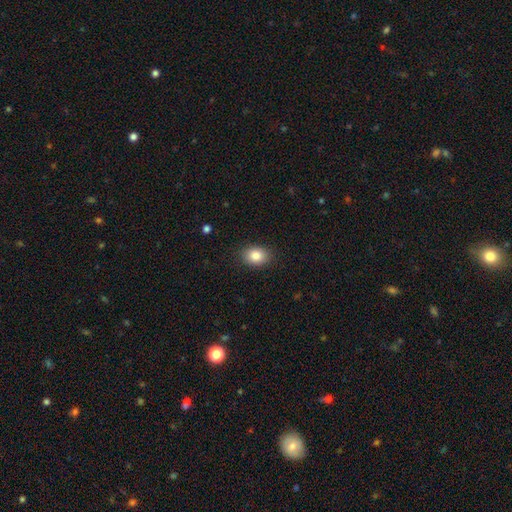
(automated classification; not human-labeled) smooth 85%, star or artifact 9%, featured or disk 7%. Down the decision tree: how rounded — in between (67%); merging — none (88%).